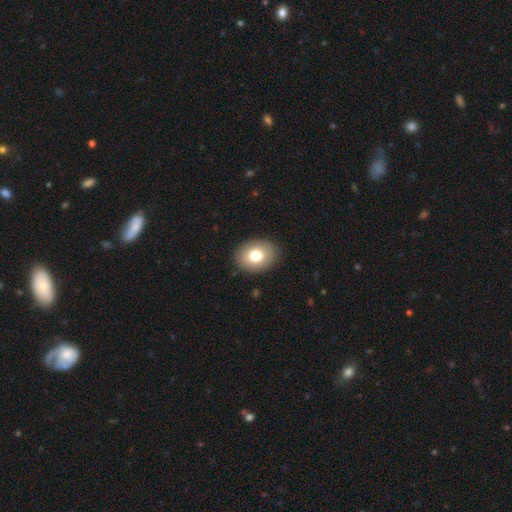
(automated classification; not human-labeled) Q: Smooth or featured?
A: smooth (77%); runner-up: featured or disk (14%)
Q: How rounded?
A: in between (58%); runner-up: round (41%)
Q: Merging?
A: none (89%); runner-up: minor disturbance (8%)